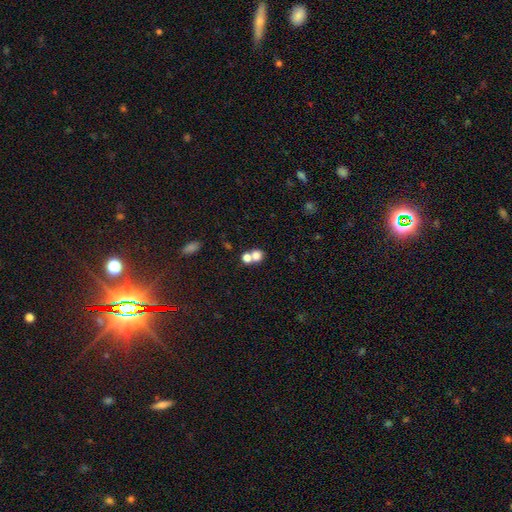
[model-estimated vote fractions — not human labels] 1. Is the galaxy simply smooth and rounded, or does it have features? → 75% smooth, 13% star or artifact, 12% featured or disk.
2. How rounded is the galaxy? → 70% round, 29% in between, 1% cigar-shaped.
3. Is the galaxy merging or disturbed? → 56% merger, 34% none, 6% minor disturbance, 4% major disturbance.